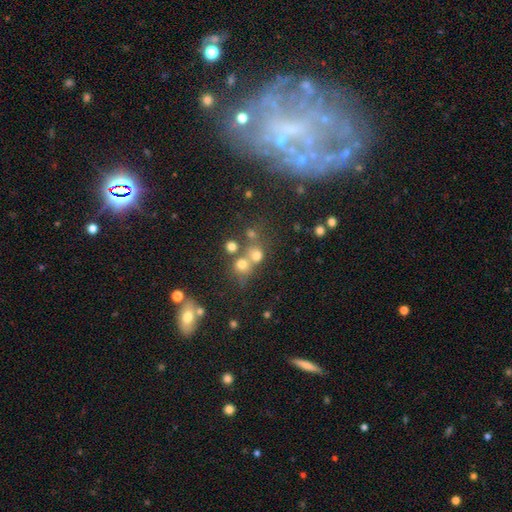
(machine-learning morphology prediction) A smooth galaxy with no disk features (50%) that is round (80%).

Vote fractions:
- Smooth or featured? smooth: 50% / star or artifact: 32% / featured or disk: 18%
- How rounded? round: 80% / in between: 17% / cigar-shaped: 2%
- Merging? none: 53% / merger: 31% / minor disturbance: 10% / major disturbance: 6%